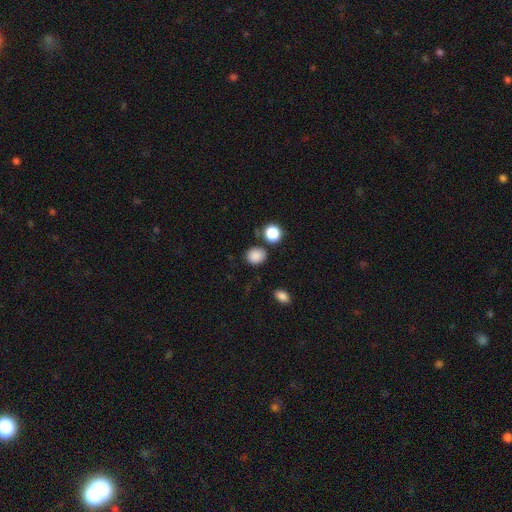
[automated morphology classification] smooth-or-featured: smooth: 86% | star or artifact: 10% | featured or disk: 3%
  how-rounded: round: 67% | in between: 32% | cigar-shaped: 1%
  merging: none: 80% | minor disturbance: 11% | merger: 6% | major disturbance: 3%